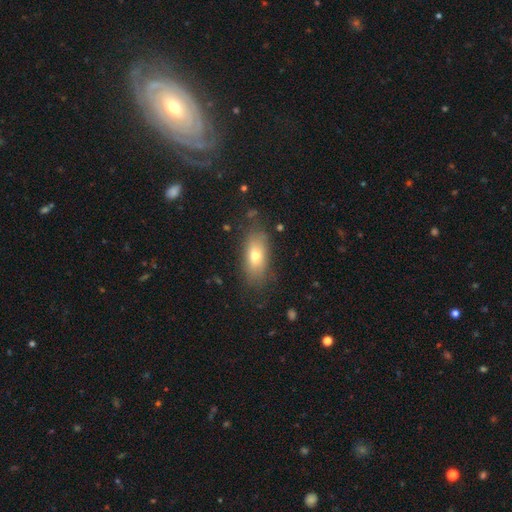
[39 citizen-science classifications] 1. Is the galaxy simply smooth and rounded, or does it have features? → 79% smooth, 15% featured or disk, 5% star or artifact.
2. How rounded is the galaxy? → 74% in between, 19% cigar-shaped, 6% round.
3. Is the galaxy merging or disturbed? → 65% none, 22% minor disturbance, 8% merger, 5% major disturbance.